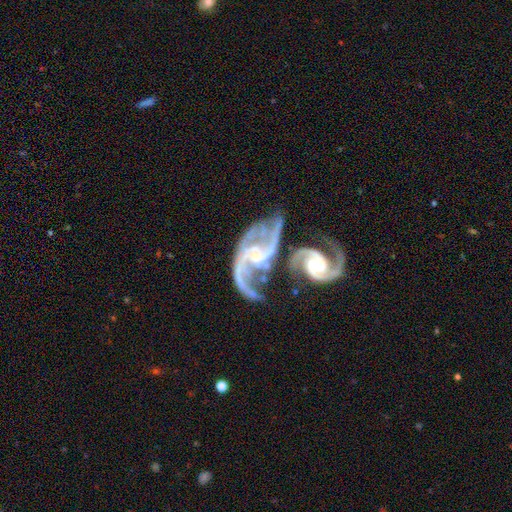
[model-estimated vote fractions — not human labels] Q: Smooth or featured?
A: featured or disk (89%); runner-up: star or artifact (6%)
Q: Edge-on disk?
A: no (97%); runner-up: yes (3%)
Q: Bar?
A: no (52%); runner-up: weak (33%)
Q: Spiral arms?
A: yes (96%); runner-up: no (4%)
Q: Spiral winding?
A: loose (45%); runner-up: medium (41%)
Q: Spiral arm count?
A: 2 (69%); runner-up: 3 (12%)
Q: Bulge size?
A: small (57%); runner-up: moderate (22%)
Q: Merging?
A: merger (43%); runner-up: major disturbance (23%)